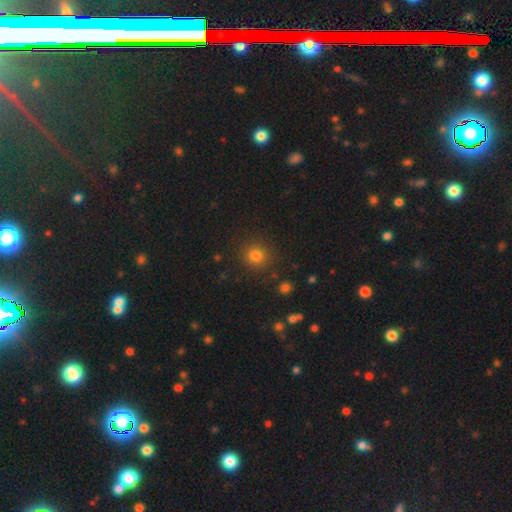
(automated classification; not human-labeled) Smooth or featured?
  - smooth: 80% *
  - star or artifact: 15%
  - featured or disk: 6%
How rounded?
  - round: 89% *
  - in between: 10%
  - cigar-shaped: 1%
Merging?
  - none: 87% *
  - minor disturbance: 8%
  - major disturbance: 3%
  - merger: 2%